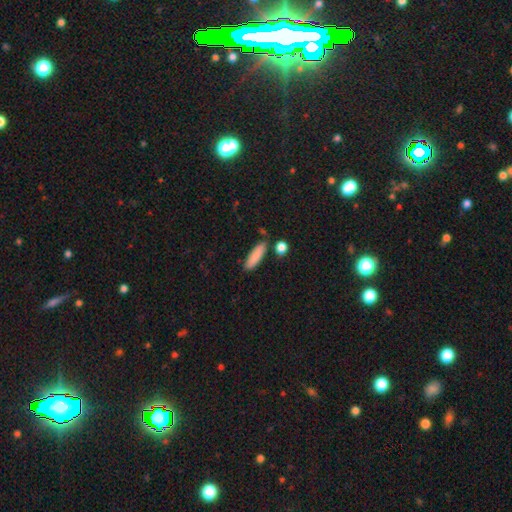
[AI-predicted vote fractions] The model was most divided on "how rounded": cigar-shaped: 62%, in between: 35%, round: 2%. More confident: smooth or featured — smooth (86%); merging — none (82%).